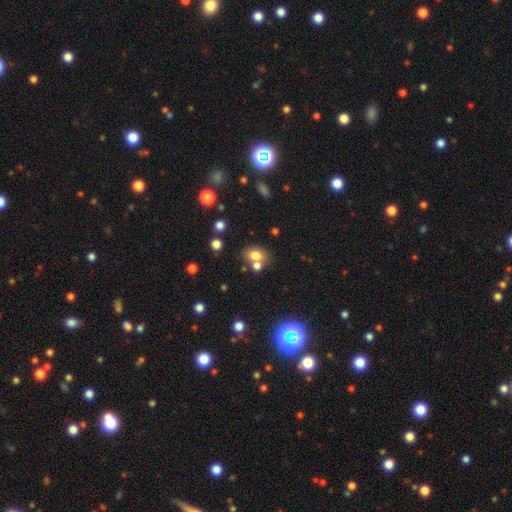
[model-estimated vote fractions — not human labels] A smooth galaxy with no disk features (74%) that is in between round and cigar-shaped (65%).

Vote fractions:
- Smooth or featured? smooth: 74% / star or artifact: 13% / featured or disk: 13%
- How rounded? in between: 65% / round: 34% / cigar-shaped: 1%
- Merging? none: 51% / merger: 34% / minor disturbance: 11% / major disturbance: 4%